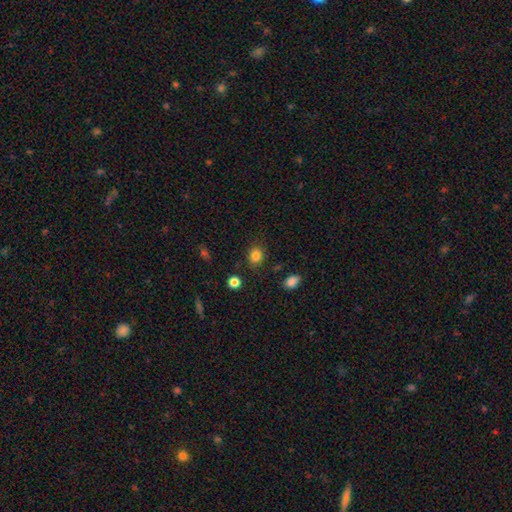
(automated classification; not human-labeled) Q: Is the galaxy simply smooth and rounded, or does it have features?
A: smooth — 84%.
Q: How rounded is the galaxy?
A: round — 64%.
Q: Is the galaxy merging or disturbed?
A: none — 84%.